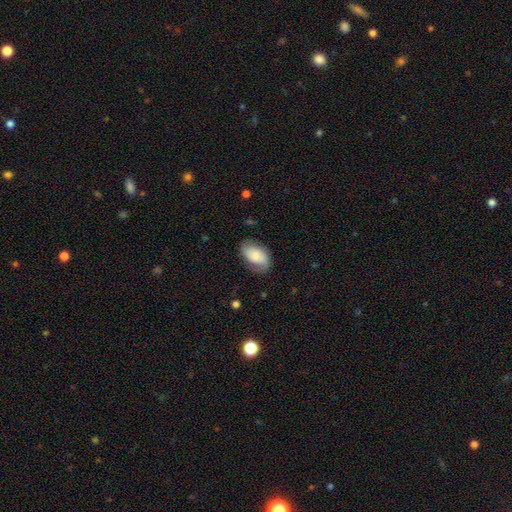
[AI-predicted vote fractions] smooth 57%, featured or disk 36%, star or artifact 7%. Down the decision tree: how rounded — in between (92%); merging — none (68%).